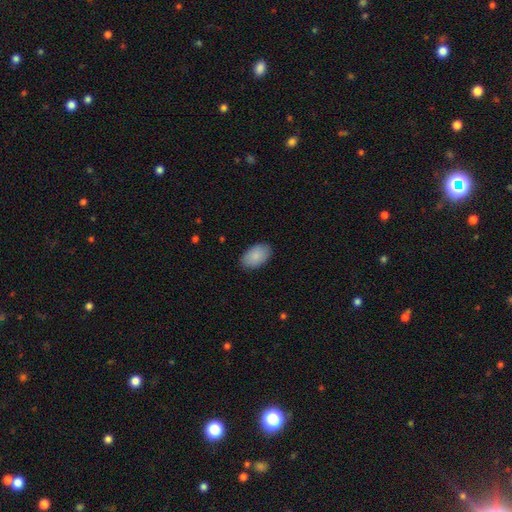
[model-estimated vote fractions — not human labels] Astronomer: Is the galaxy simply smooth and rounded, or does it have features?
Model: smooth — 88%.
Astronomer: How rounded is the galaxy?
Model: in between — 93%.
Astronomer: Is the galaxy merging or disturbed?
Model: none — 86%.